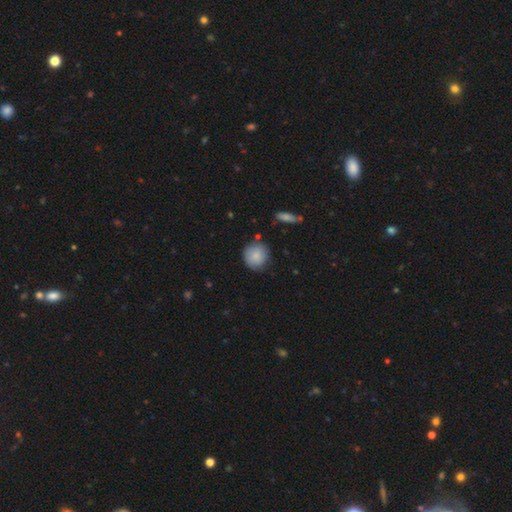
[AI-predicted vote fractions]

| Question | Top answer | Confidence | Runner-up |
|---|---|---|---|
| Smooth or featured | smooth | 86% | featured or disk (7%) |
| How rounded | round | 91% | in between (8%) |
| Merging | none | 78% | minor disturbance (16%) |